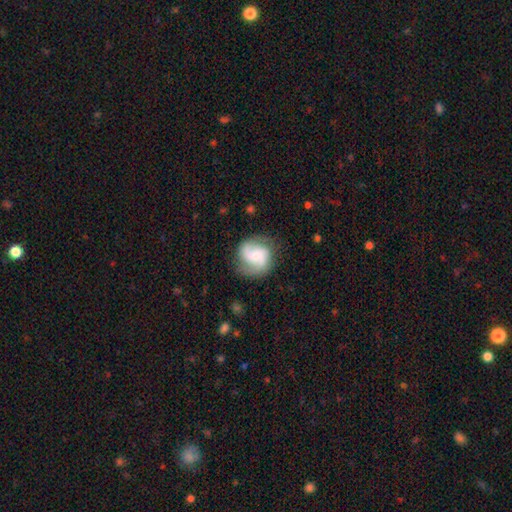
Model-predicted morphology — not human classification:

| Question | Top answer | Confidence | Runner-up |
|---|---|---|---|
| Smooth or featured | featured or disk | 68% | smooth (25%) |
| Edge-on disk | no | 98% | yes (2%) |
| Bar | no | 52% | weak (38%) |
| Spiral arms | yes | 95% | no (5%) |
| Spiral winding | medium | 47% | loose (32%) |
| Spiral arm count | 2 | 79% | 3 (8%) |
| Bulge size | small | 43% | moderate (31%) |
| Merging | none | 74% | minor disturbance (17%) |